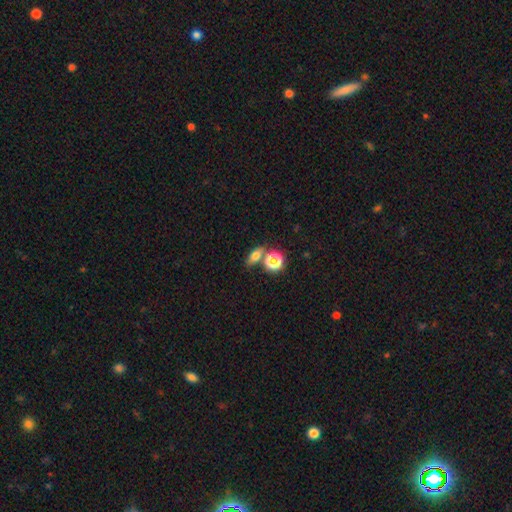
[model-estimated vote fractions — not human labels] A smooth galaxy with no disk features (65%) that is in between round and cigar-shaped (56%). Merging: none (64%).